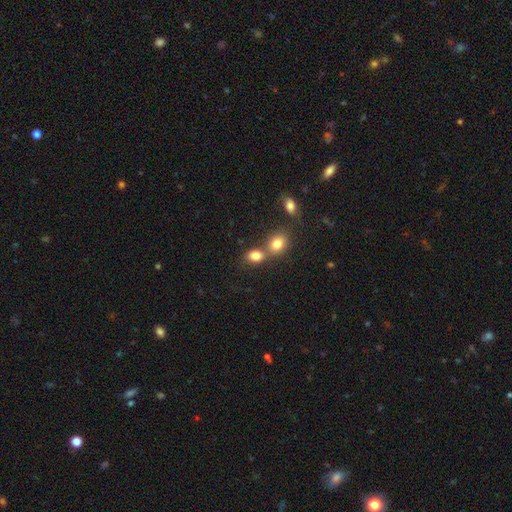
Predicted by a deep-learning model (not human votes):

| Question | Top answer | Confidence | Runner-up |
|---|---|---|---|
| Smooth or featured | smooth | 82% | star or artifact (11%) |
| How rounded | in between | 62% | round (36%) |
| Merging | merger | 43% | tied: none (43%) |